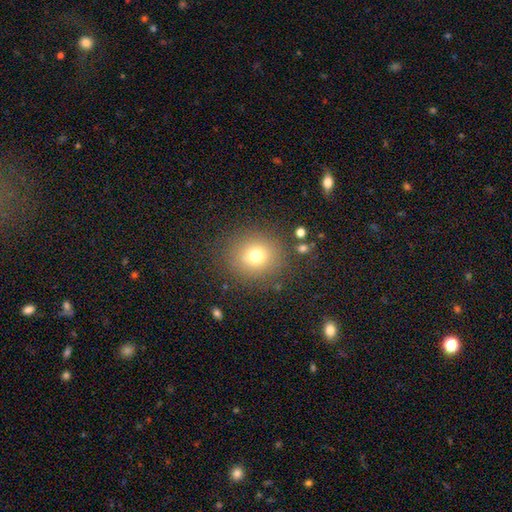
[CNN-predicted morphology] A smooth galaxy with no disk features (74%) that is round (85%). Merging: none (84%).